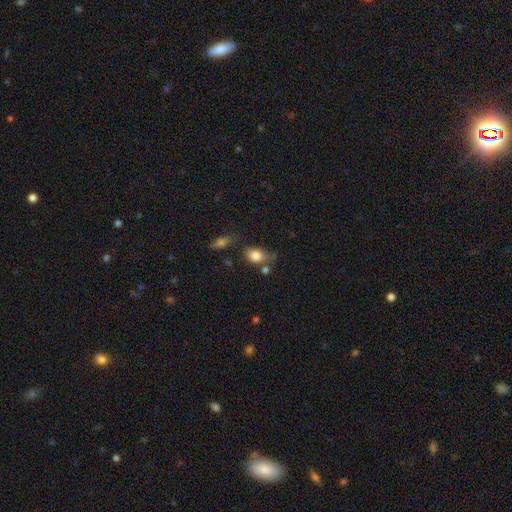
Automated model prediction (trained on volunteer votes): smooth 82%, featured or disk 9%, star or artifact 9%. Down the decision tree: how rounded — in between (72%); merging — none (55%).